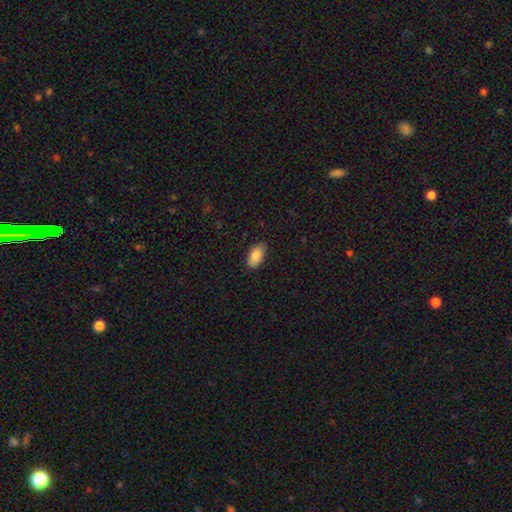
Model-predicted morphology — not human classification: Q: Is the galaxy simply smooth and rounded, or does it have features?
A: smooth — 86%.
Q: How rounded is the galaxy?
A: in between — 93%.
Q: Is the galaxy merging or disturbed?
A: none — 82%.